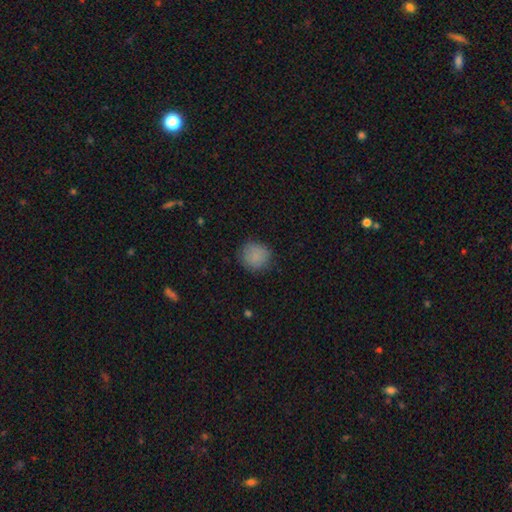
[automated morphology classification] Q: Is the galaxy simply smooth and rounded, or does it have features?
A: smooth — 85%.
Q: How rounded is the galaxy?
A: round — 90%.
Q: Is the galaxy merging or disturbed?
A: none — 82%.